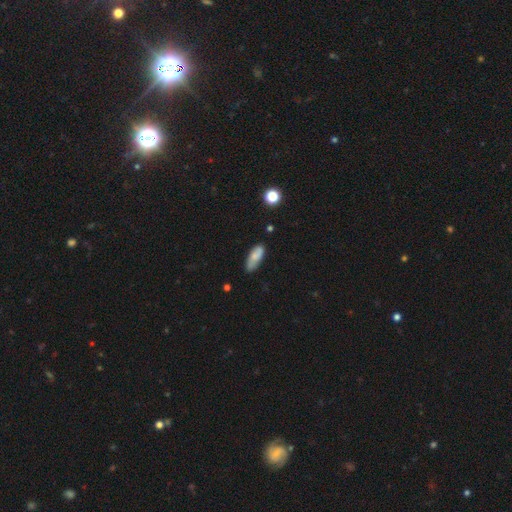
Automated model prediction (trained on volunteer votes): A smooth galaxy with no disk features (75%) that is in between round and cigar-shaped (72%). Merging: none (72%).